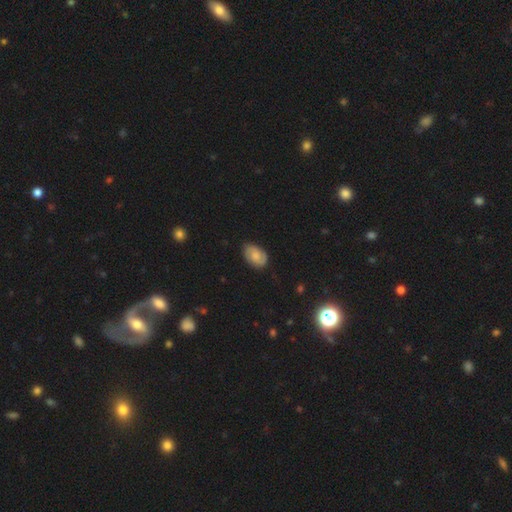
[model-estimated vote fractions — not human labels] Overall: smooth (51%; featured or disk 40%). How rounded: in between (87%). Merging: none (81%).